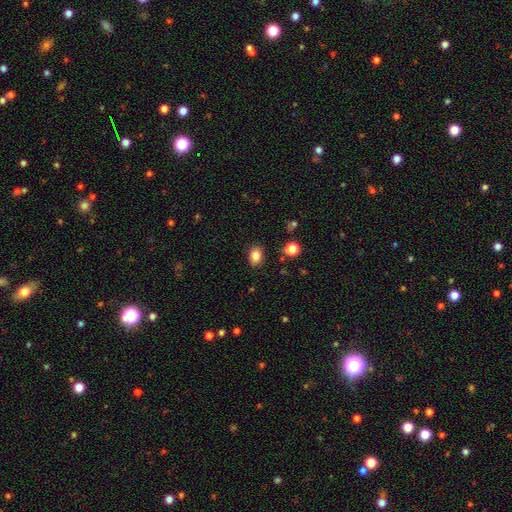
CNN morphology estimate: The model was most divided on "how rounded": in between: 69%, round: 30%, cigar-shaped: 1%. More confident: merging — none (85%); smooth or featured — smooth (84%).